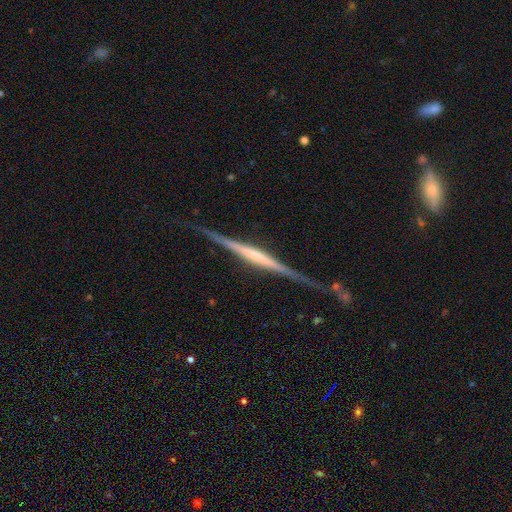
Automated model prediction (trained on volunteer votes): The model was most divided on "edge-on bulge": none: 48%, rounded: 32%, boxy: 21%. More confident: edge-on disk — yes (98%); merging — none (82%); smooth or featured — featured or disk (80%).